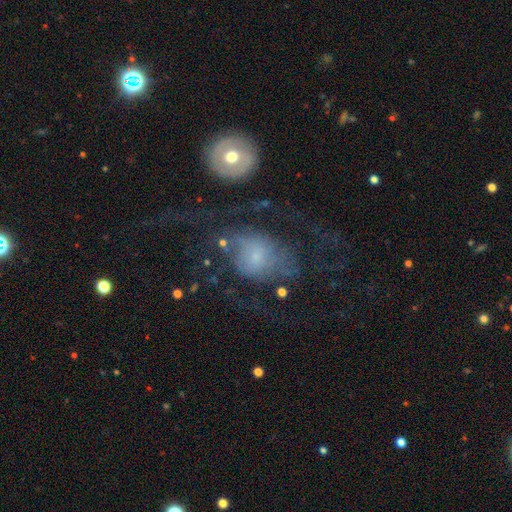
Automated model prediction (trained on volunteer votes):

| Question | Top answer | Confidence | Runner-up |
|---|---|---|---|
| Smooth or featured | featured or disk | 46% | smooth (40%) |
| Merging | major disturbance | 39% | none (35%) |